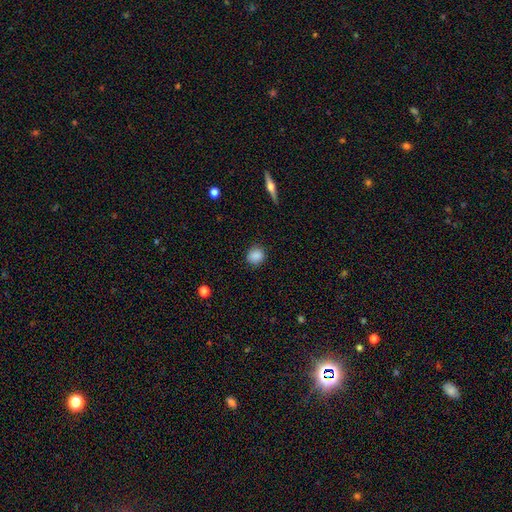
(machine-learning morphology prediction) This is clearly a smooth galaxy (87%). How rounded: likely round (79%). Merging: clearly none (87%).